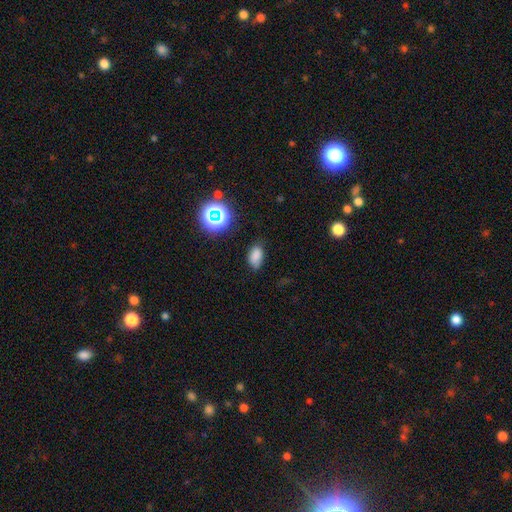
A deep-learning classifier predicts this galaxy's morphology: smooth-or-featured: smooth: 77% | star or artifact: 16% | featured or disk: 7%
  how-rounded: in between: 89% | round: 9% | cigar-shaped: 2%
  merging: none: 71% | minor disturbance: 21% | major disturbance: 5% | merger: 2%